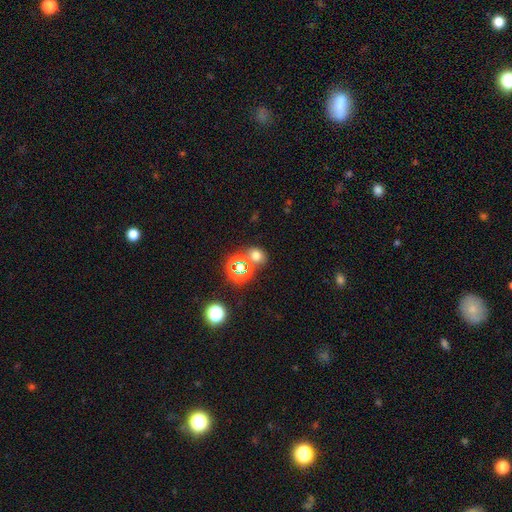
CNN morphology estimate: Q: Smooth or featured?
A: smooth (61%); runner-up: star or artifact (30%)
Q: How rounded?
A: round (57%); runner-up: in between (41%)
Q: Merging?
A: none (67%); runner-up: merger (19%)